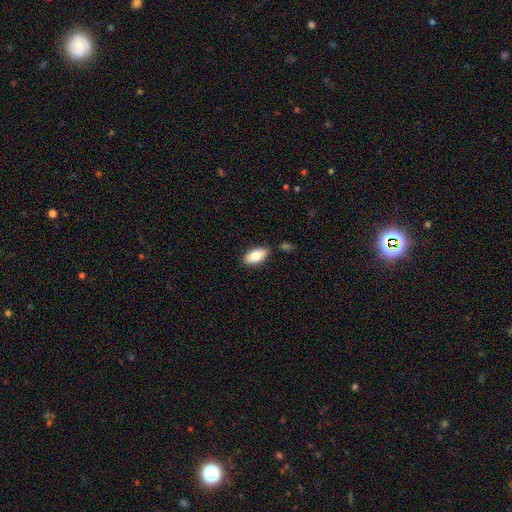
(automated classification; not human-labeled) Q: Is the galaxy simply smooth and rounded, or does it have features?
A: smooth — 81%.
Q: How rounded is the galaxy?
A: in between — 92%.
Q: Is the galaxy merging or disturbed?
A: none — 83%.